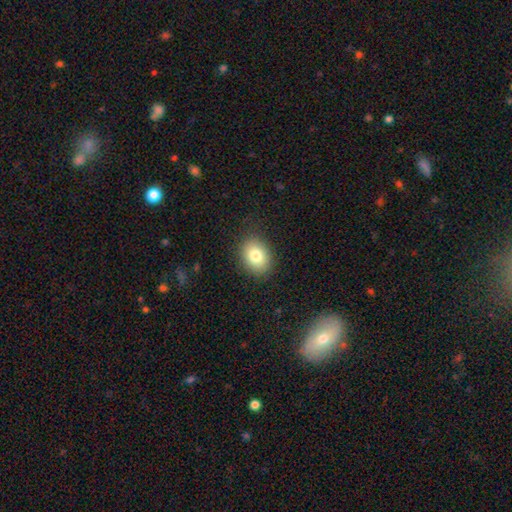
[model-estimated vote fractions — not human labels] A smooth galaxy with no disk features (81%) that is in between round and cigar-shaped (63%). Merging: none (86%).